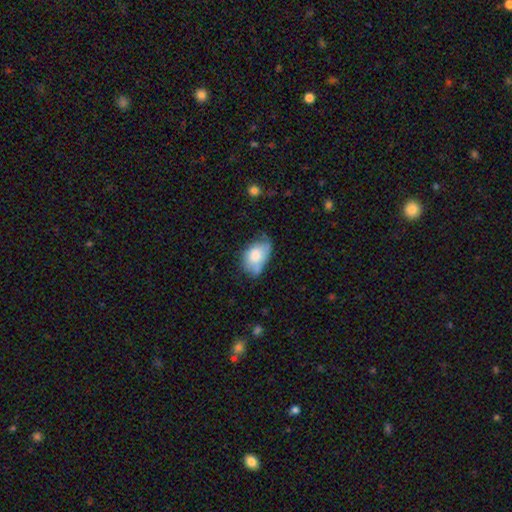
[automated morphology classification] This appears to be a smooth galaxy with no disk features (71%) that is in between round and cigar-shaped (85%). Merging: minor disturbance (39%).